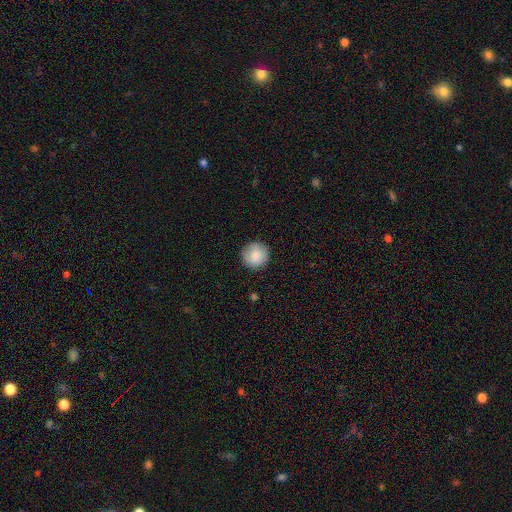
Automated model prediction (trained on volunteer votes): Smooth or featured? smooth (85%)
How rounded? round (95%)
Merging? none (86%)